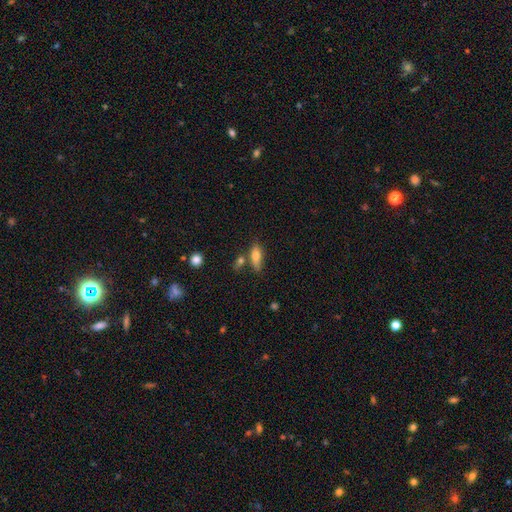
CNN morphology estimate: A smooth galaxy with no disk features (71%) that is in between round and cigar-shaped (64%). Merging: none (59%).